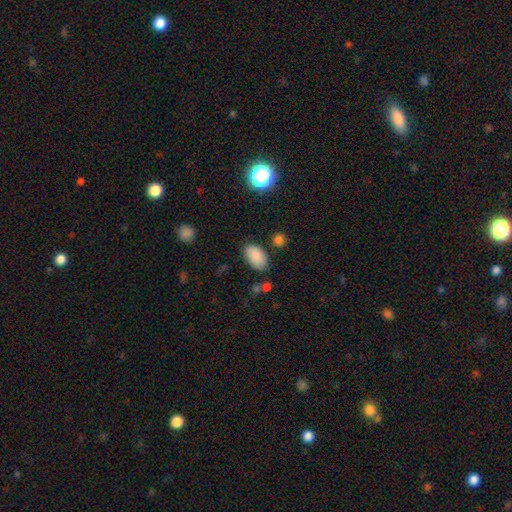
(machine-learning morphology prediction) This is clearly a smooth galaxy (86%). How rounded: clearly in between (94%). Merging: likely none (78%).